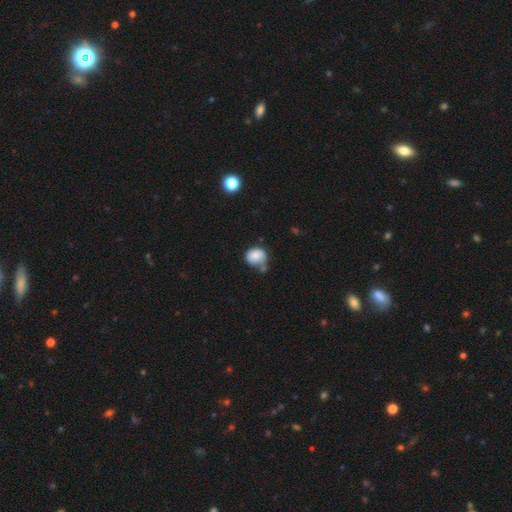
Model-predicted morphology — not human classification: The model was most divided on "merging": none: 49%, minor disturbance: 26%, merger: 18%, major disturbance: 8%. More confident: smooth or featured — smooth (83%); how rounded — round (70%).